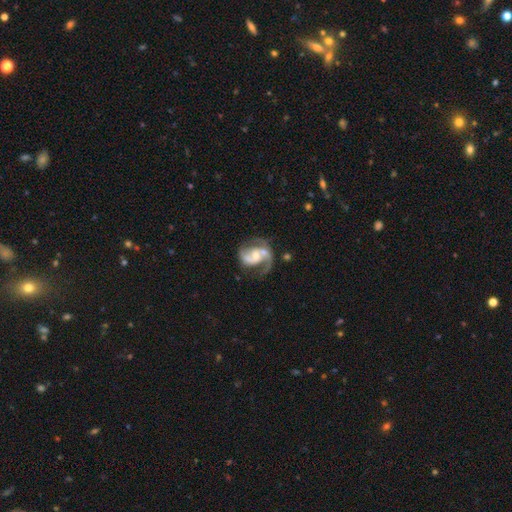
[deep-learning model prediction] smooth-or-featured: featured or disk: 87% | smooth: 8% | star or artifact: 5%
  disk-edge-on: no: 98% | yes: 2%
    bar: no: 43% | weak: 40% | strong: 16%
    has-spiral-arms: yes: 95% | no: 5%
      spiral-winding: medium: 53% | loose: 29% | tight: 18%
      spiral-arm-count: 2: 81% | 1: 10% | can't tell: 4% | 3: 2% | 4: 1% | more than 4: 1%
    bulge-size: moderate: 47% | small: 44% | none: 4% | large: 4% | dominant: 1%
  merging: none: 50% | minor disturbance: 19% | major disturbance: 18% | merger: 12%